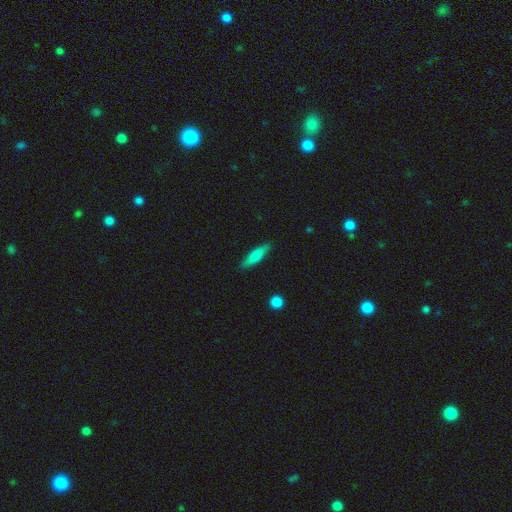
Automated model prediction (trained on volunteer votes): The model was most divided on "how rounded": cigar-shaped: 74%, in between: 24%, round: 2%. More confident: merging — none (86%); smooth or featured — smooth (74%).